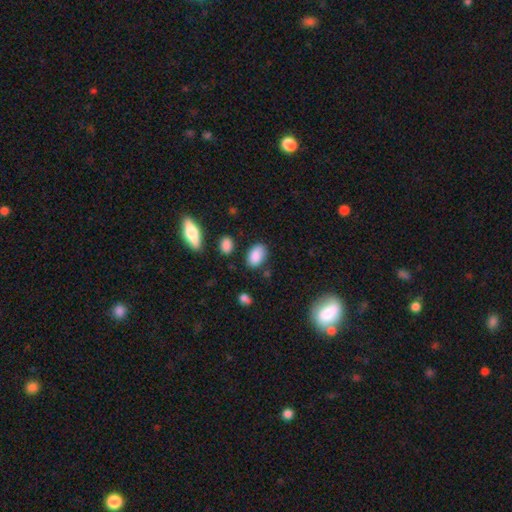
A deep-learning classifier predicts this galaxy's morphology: smooth 87%, star or artifact 8%, featured or disk 5%. Down the decision tree: how rounded — in between (90%); merging — none (75%).